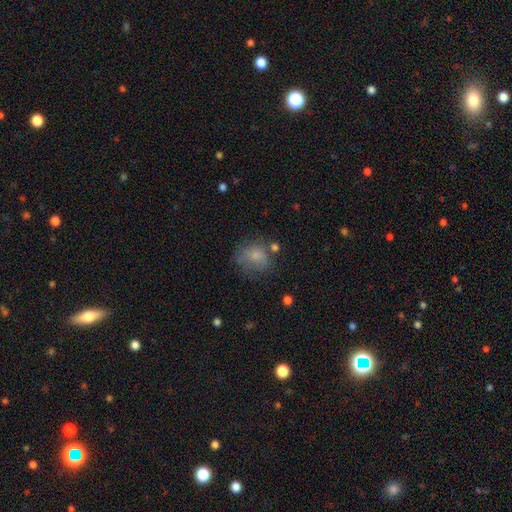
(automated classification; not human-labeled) Smooth or featured: smooth — 72% (featured or disk — 17%)
How rounded: round — 68% (in between — 31%)
Merging: none — 51% (minor disturbance — 26%)